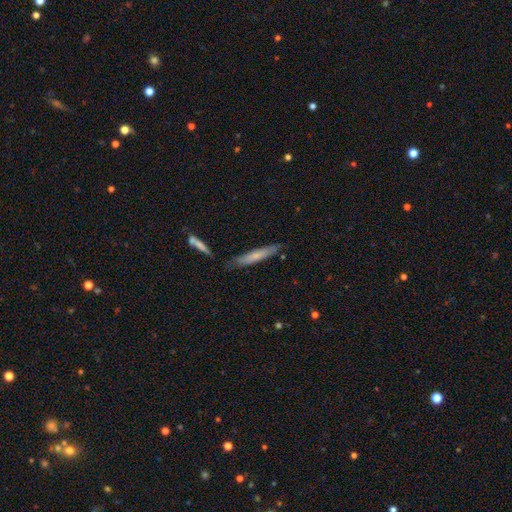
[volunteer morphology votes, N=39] Q: Smooth or featured?
A: smooth (56%); runner-up: featured or disk (41%)
Q: How rounded?
A: cigar-shaped (91%); runner-up: in between (9%)
Q: Merging?
A: none (68%); runner-up: minor disturbance (18%)